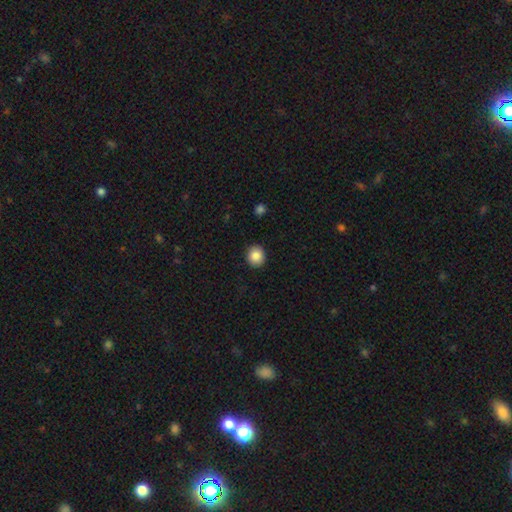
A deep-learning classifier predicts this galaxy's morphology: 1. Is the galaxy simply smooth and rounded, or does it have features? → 86% smooth, 9% star or artifact, 5% featured or disk.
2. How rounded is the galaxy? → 83% round, 16% in between, 1% cigar-shaped.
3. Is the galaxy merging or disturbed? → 91% none, 6% minor disturbance, 2% major disturbance, 1% merger.